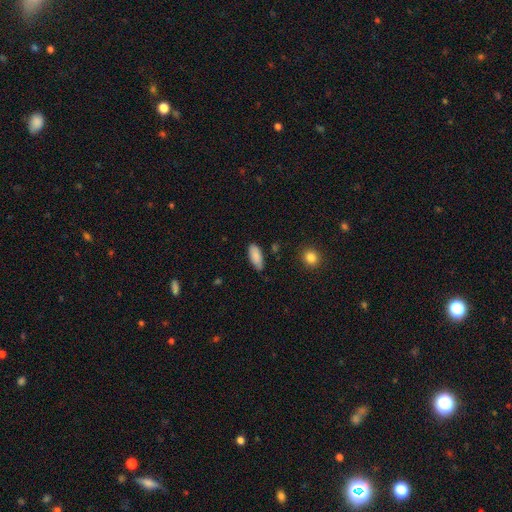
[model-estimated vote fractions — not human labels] Smooth or featured? smooth (86%)
How rounded? in between (81%)
Merging? none (76%)